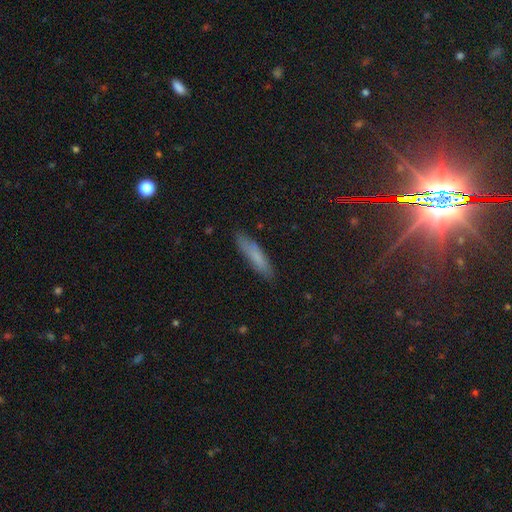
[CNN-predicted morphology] The model was most divided on "smooth or featured": smooth: 70%, featured or disk: 18%, star or artifact: 12%. More confident: merging — none (84%); how rounded — cigar-shaped (78%).